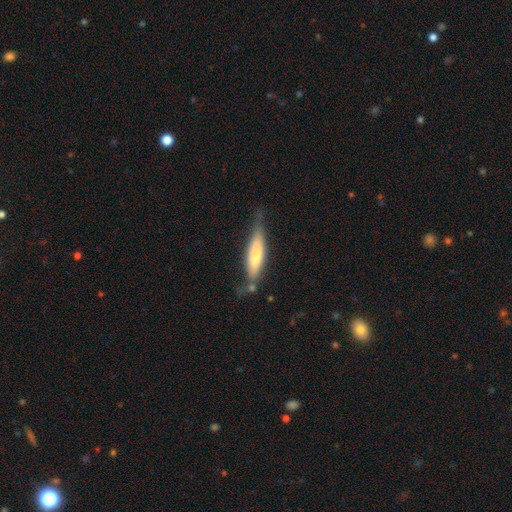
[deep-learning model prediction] Smooth or featured? smooth (62%)
How rounded? cigar-shaped (73%)
Merging? none (56%)